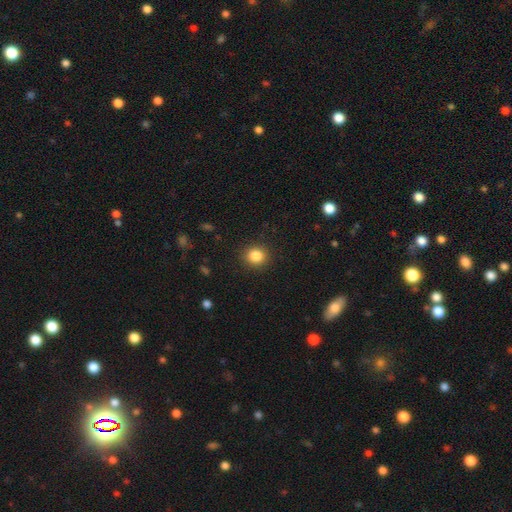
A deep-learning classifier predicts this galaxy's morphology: Smooth or featured? smooth (85%)
How rounded? round (83%)
Merging? none (90%)